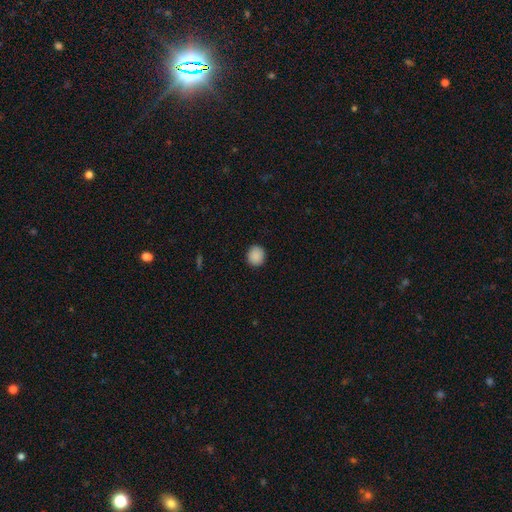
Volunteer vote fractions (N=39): smooth 87%, star or artifact 13%, featured or disk 0%. Down the decision tree: how rounded — round (79%); merging — none (97%).